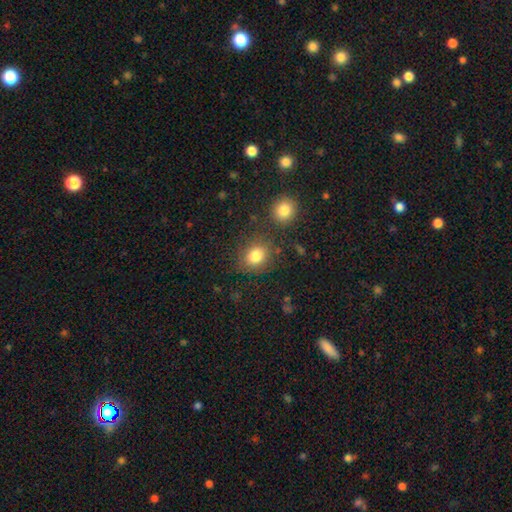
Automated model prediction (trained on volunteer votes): A smooth galaxy with no disk features (82%) that is round (63%).

Vote fractions:
- Smooth or featured? smooth: 82% / star or artifact: 11% / featured or disk: 7%
- How rounded? round: 63% / in between: 36% / cigar-shaped: 1%
- Merging? none: 77% / minor disturbance: 11% / merger: 7% / major disturbance: 4%